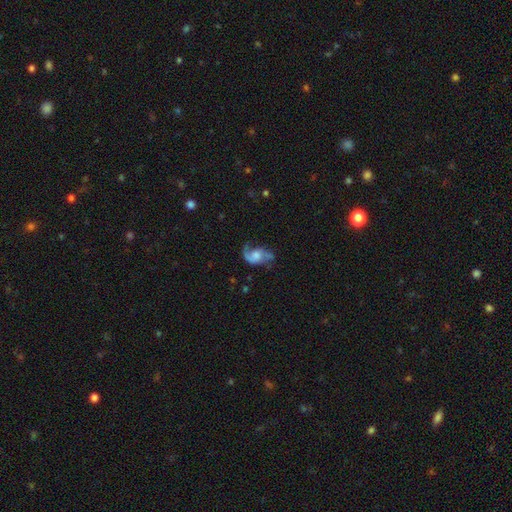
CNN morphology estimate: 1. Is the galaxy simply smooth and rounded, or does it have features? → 72% featured or disk, 21% smooth, 8% star or artifact.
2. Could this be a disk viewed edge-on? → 97% no, 3% yes.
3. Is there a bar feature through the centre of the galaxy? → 62% no, 32% weak, 7% strong.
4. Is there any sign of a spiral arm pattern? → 90% yes, 10% no.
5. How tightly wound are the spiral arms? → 57% loose, 34% medium, 9% tight.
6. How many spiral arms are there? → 76% 2, 16% 1, 5% can't tell, 1% 3, 1% 4, 1% more than 4.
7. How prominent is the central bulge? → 39% moderate, 22% small, 21% large, 15% none, 3% dominant.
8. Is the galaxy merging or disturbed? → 51% none, 23% major disturbance, 23% minor disturbance, 3% merger.